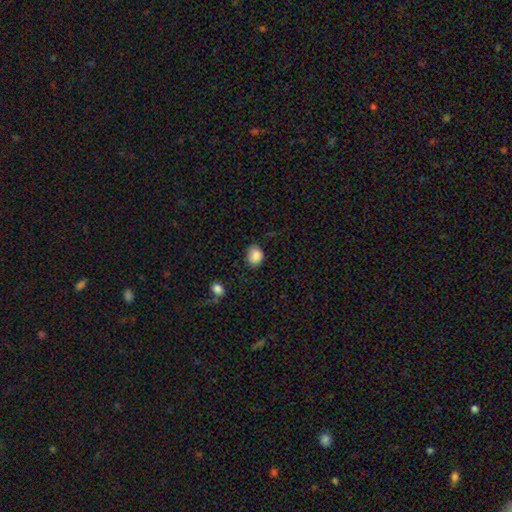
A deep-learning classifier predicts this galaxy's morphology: Overall: smooth (87%). How rounded: round (57%; in between 42%). Merging: none (72%).